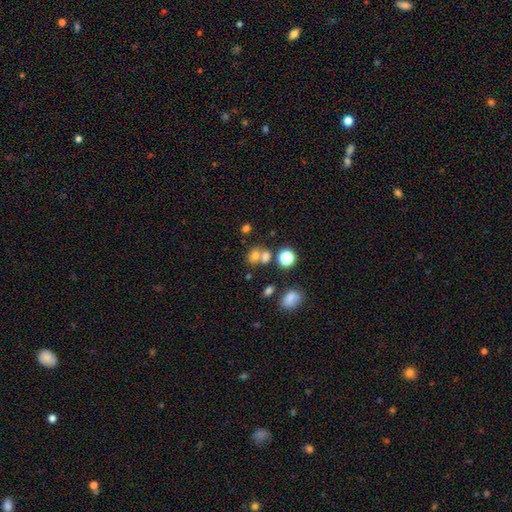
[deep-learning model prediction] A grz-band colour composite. It shows a smooth galaxy with no disk features (68%) that is round (56%). Merging: none (45%).